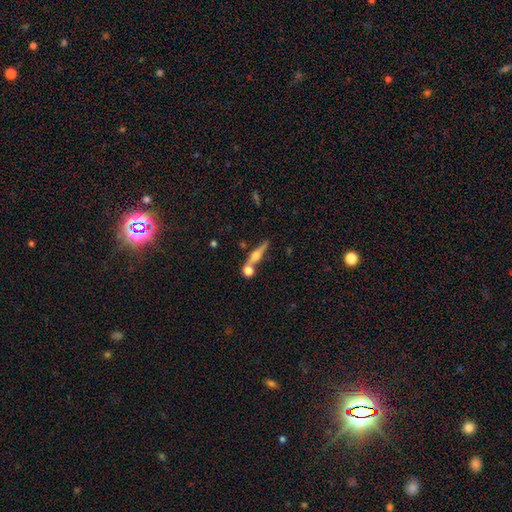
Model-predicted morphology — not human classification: A featured or disk galaxy (61%) viewed edge-on (94%) with a rounded central bulge (90%). Merging: none (63%).